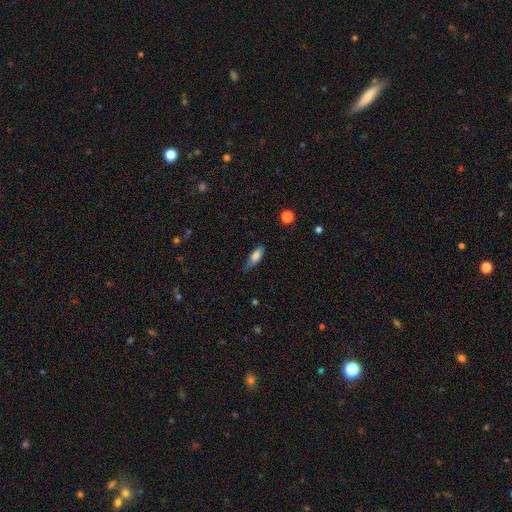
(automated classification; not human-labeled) smooth_or_featured: smooth (p=0.77) [alt: featured or disk p=0.15]
how_rounded: in between (p=0.65) [alt: cigar-shaped p=0.32]
merging: none (p=0.62) [alt: minor disturbance p=0.29]